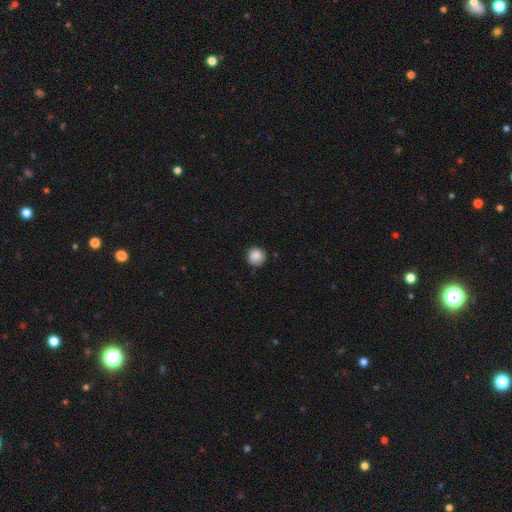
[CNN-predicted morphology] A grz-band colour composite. It shows a smooth galaxy with no disk features (87%) that is round (93%). Merging: none (83%).